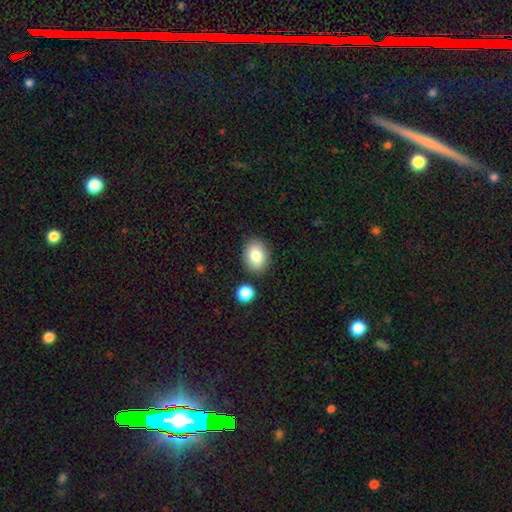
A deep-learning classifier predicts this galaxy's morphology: The model was most divided on "how rounded": in between: 62%, round: 37%, cigar-shaped: 1%. More confident: merging — none (85%); smooth or featured — smooth (83%).